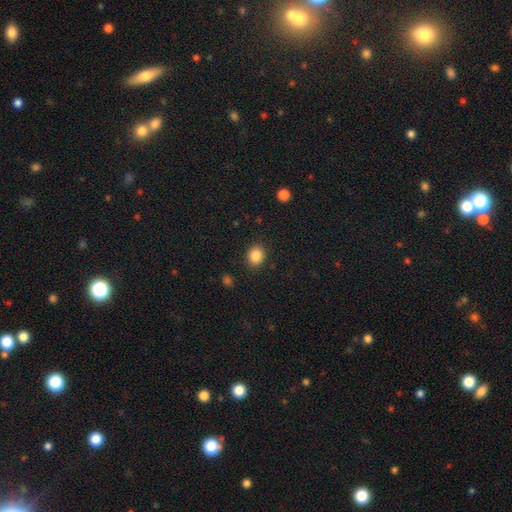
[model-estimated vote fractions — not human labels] smooth 86%, star or artifact 10%, featured or disk 4%. Down the decision tree: how rounded — round (66%); merging — none (89%).